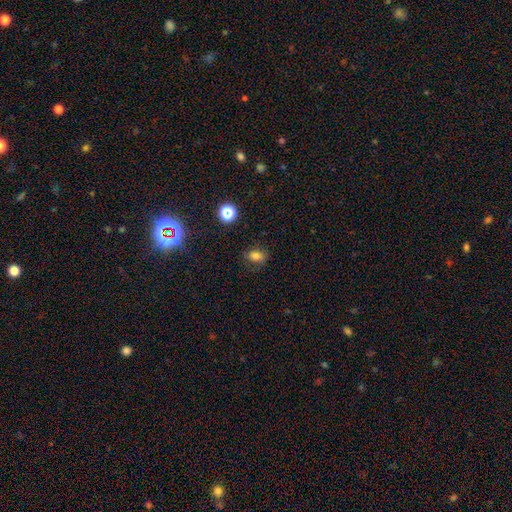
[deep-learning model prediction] A smooth galaxy with no disk features (76%) that is in between round and cigar-shaped (71%). Merging: none (75%).